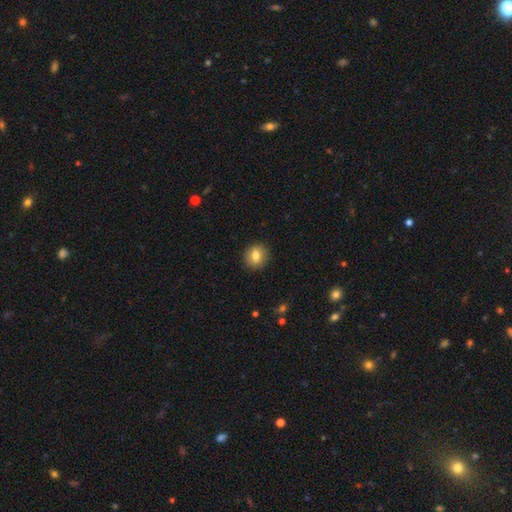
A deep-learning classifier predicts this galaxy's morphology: Smooth or featured? Predicted: smooth (p=0.81). How rounded? Predicted: round (p=0.85). Merging? Predicted: none (p=0.90).